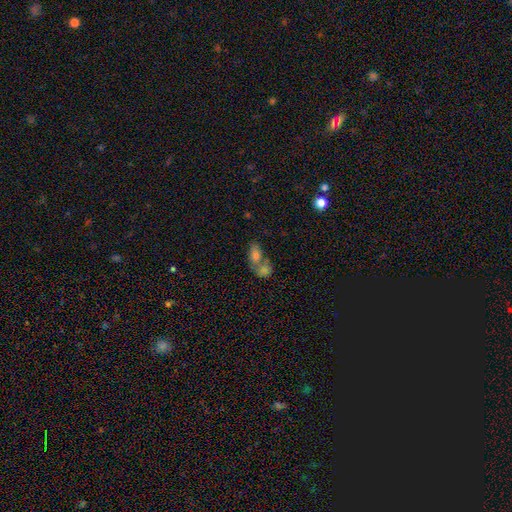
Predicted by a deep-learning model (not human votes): Smooth or featured? smooth (73%)
How rounded? in between (80%)
Merging? merger (61%)